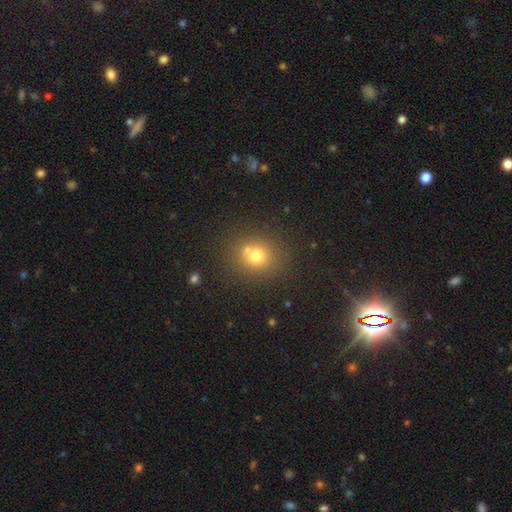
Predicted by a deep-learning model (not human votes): Smooth or featured?
  - smooth: 72% *
  - star or artifact: 17%
  - featured or disk: 11%
How rounded?
  - round: 79% *
  - in between: 20%
  - cigar-shaped: 1%
Merging?
  - none: 68% *
  - merger: 17%
  - minor disturbance: 10%
  - major disturbance: 4%